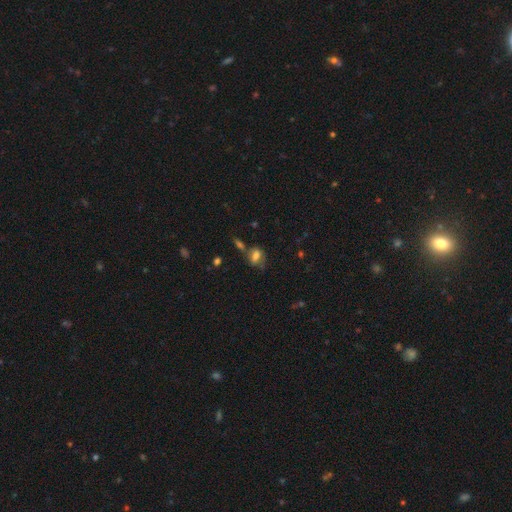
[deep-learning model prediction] A smooth galaxy with no disk features (68%) that is in between round and cigar-shaped (77%).

Vote fractions:
- Smooth or featured? smooth: 68% / featured or disk: 19% / star or artifact: 14%
- How rounded? in between: 77% / round: 19% / cigar-shaped: 4%
- Merging? none: 45% / minor disturbance: 23% / merger: 19% / major disturbance: 13%